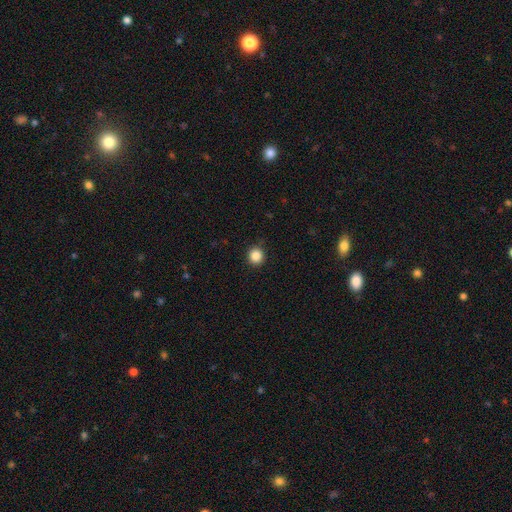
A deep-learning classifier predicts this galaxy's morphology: smooth 86%, star or artifact 10%, featured or disk 3%. Down the decision tree: how rounded — round (91%); merging — none (87%).